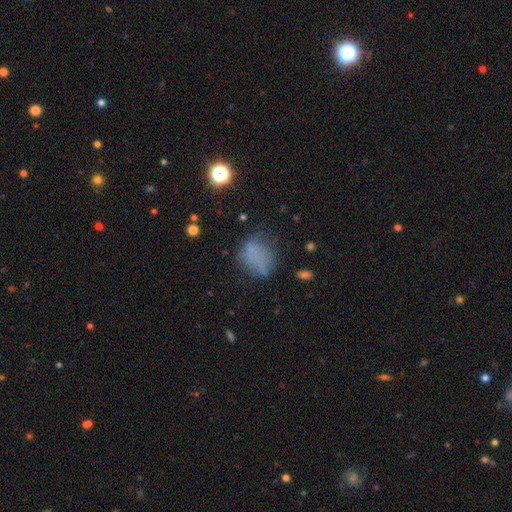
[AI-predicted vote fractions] A smooth galaxy with no disk features (61%) that is in between round and cigar-shaped (57%). Merging: none (47%).